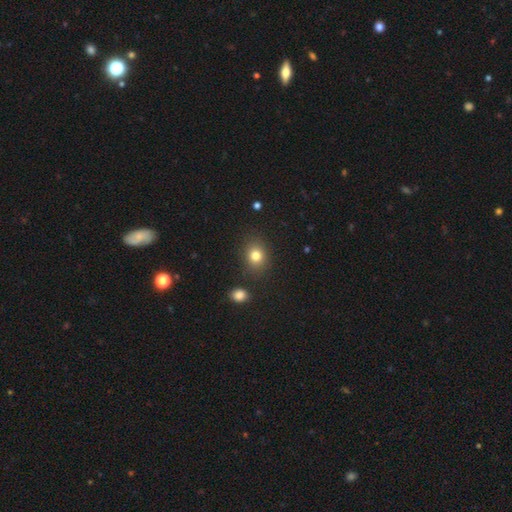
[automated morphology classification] Smooth or featured? smooth (80%)
How rounded? round (59%)
Merging? none (84%)